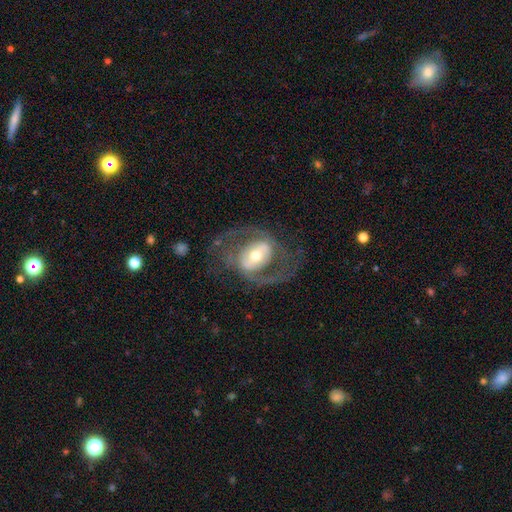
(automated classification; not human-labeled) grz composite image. It shows a featured or disk galaxy (81%) with a strong bar (39%), 2 (87%) medium (54%) spiral arms (81%) and a moderate central bulge (62%). Merging: none (65%).